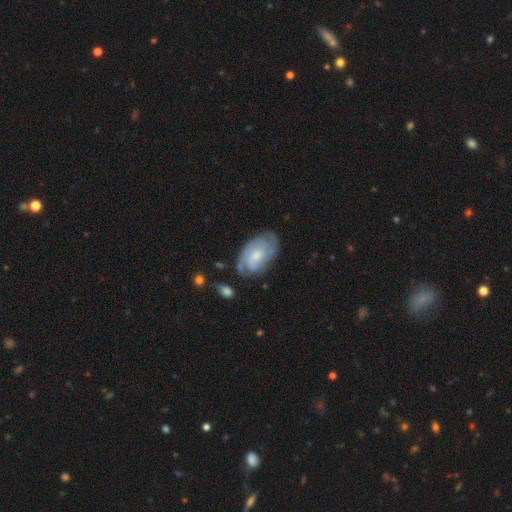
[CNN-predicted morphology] Smooth or featured? featured or disk (65%)
Edge-on disk? no (96%)
Bar? no (59%)
Spiral arms? yes (87%)
Spiral winding? tight (55%)
Spiral arm count? can't tell (39%)
Bulge size? small (46%)
Merging? none (69%)